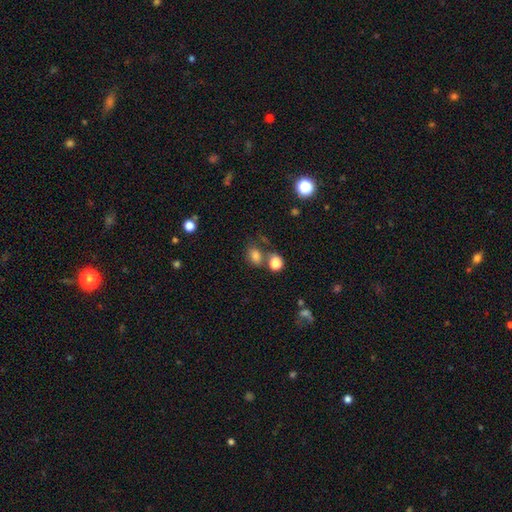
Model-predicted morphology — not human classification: Smooth or featured?
  - smooth: 79% *
  - star or artifact: 13%
  - featured or disk: 8%
How rounded?
  - in between: 64% *
  - round: 35%
  - cigar-shaped: 1%
Merging?
  - none: 52% *
  - merger: 26%
  - minor disturbance: 15%
  - major disturbance: 7%